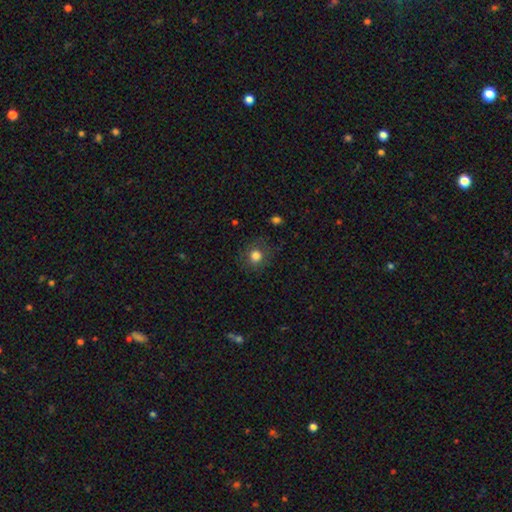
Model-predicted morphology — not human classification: smooth 80%, star or artifact 12%, featured or disk 8%. Down the decision tree: how rounded — round (85%); merging — none (81%).